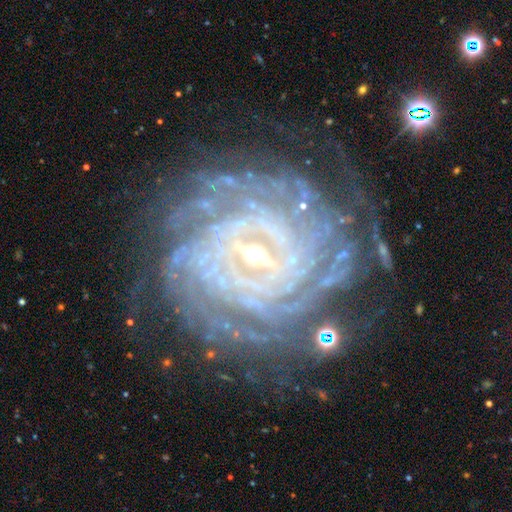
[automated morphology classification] This appears to be a featured or disk galaxy (90%) with a weak bar (45%), more than 4 (29%) tight (83%) spiral arms (96%) and a small central bulge (48%). Merging: none (75%).